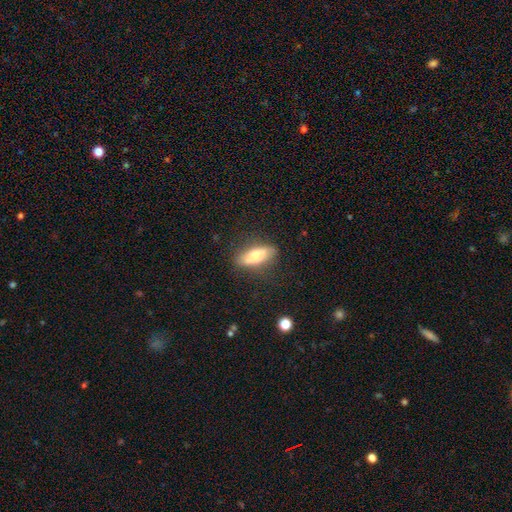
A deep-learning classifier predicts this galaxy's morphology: This is likely a smooth galaxy (66%). How rounded: likely in between (61%). Merging: clearly none (81%).